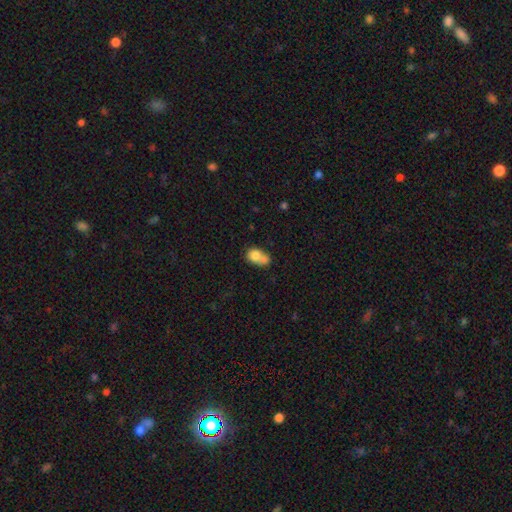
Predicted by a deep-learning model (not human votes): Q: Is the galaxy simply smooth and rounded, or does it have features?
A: smooth — 75%.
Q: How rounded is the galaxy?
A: in between — 53%.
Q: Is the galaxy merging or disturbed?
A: merger — 58%.